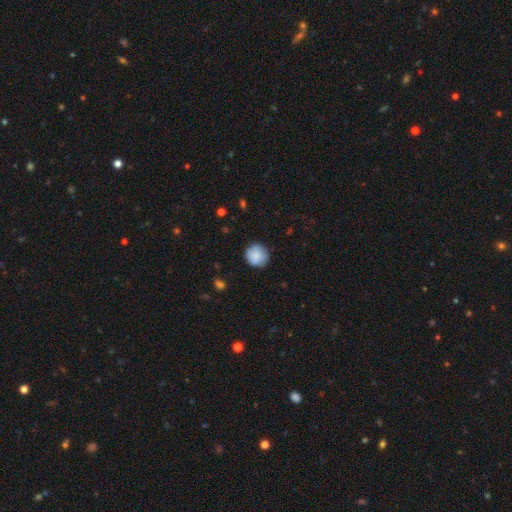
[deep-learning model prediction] This appears to be a smooth galaxy with no disk features (79%) that is round (91%). Merging: none (79%).